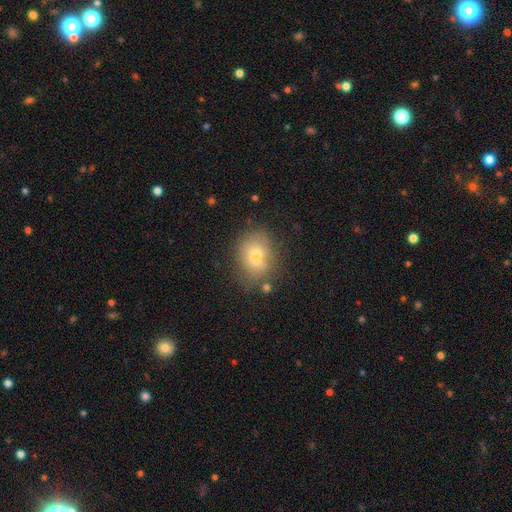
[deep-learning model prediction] A smooth galaxy with no disk features (69%) that is round (53%).

Vote fractions:
- Smooth or featured? smooth: 69% / featured or disk: 19% / star or artifact: 12%
- How rounded? round: 53% / in between: 46% / cigar-shaped: 1%
- Merging? none: 70% / minor disturbance: 20% / major disturbance: 6% / merger: 4%